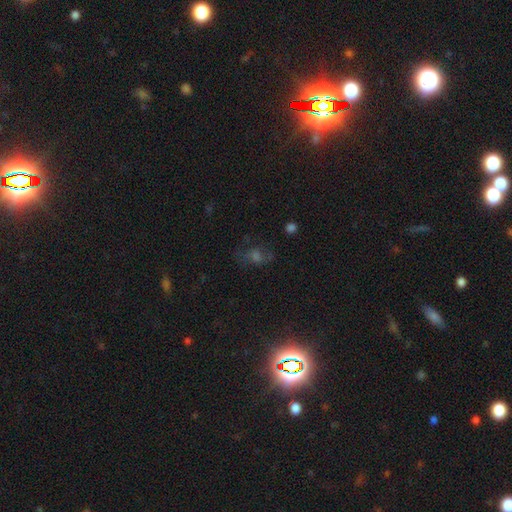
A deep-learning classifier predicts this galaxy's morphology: Smooth or featured: star or artifact — 48% (smooth — 29%)